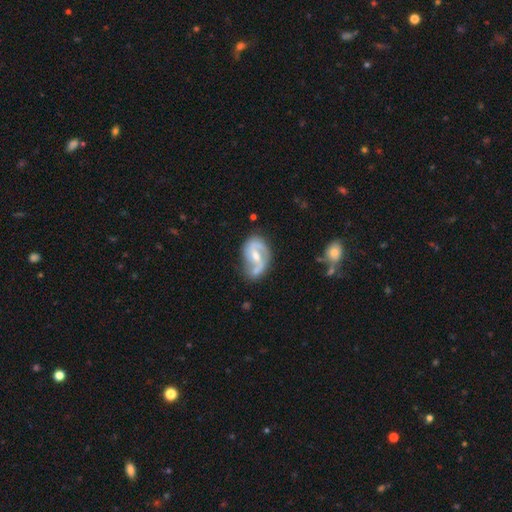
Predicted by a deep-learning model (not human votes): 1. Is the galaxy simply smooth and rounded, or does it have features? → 84% featured or disk, 11% smooth, 5% star or artifact.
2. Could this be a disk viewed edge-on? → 97% no, 3% yes.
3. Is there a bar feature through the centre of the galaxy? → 46% weak, 27% strong, 27% no.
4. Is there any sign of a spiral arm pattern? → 93% yes, 7% no.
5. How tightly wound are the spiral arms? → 43% medium (tied), 43% loose (tied), 15% tight.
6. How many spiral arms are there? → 86% 2, 6% 1, 5% can't tell, 1% 3, 1% 4, 1% more than 4.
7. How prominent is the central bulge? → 55% moderate, 40% small, 2% large, 2% none, 1% dominant.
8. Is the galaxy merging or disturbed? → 60% none, 24% minor disturbance, 10% major disturbance, 6% merger.